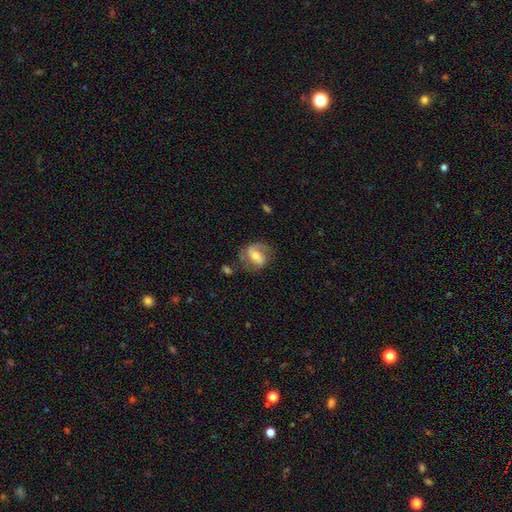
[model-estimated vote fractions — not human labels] Smooth or featured? featured or disk (60%)
Edge-on disk? no (95%)
Bar? strong (40%)
Spiral arms? yes (79%)
Bulge size? moderate (54%)
Merging? none (59%)